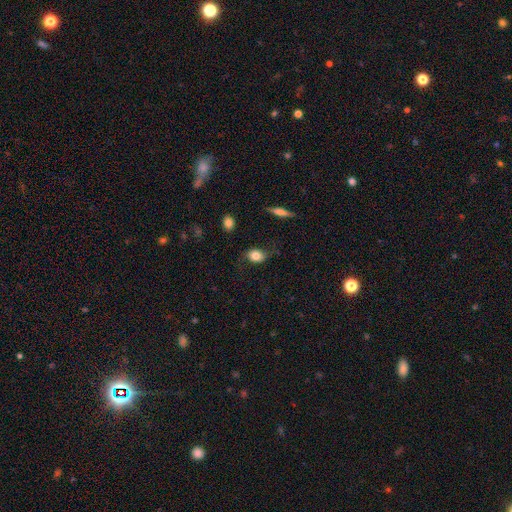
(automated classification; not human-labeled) This is likely a smooth galaxy (77%). How rounded: likely in between (71%). Merging: likely none (67%).